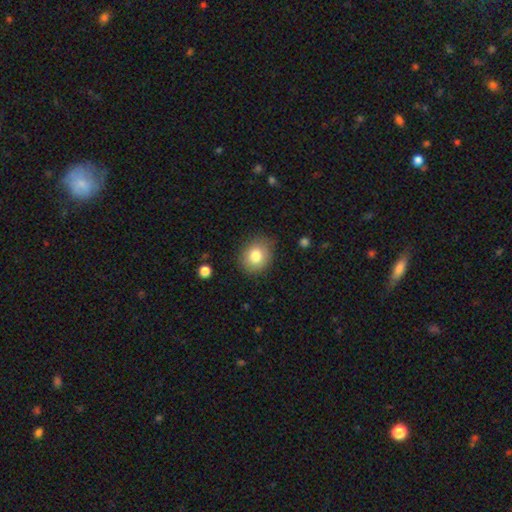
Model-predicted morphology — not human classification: smooth 81%, star or artifact 10%, featured or disk 9%. Down the decision tree: how rounded — round (70%); merging — none (84%).